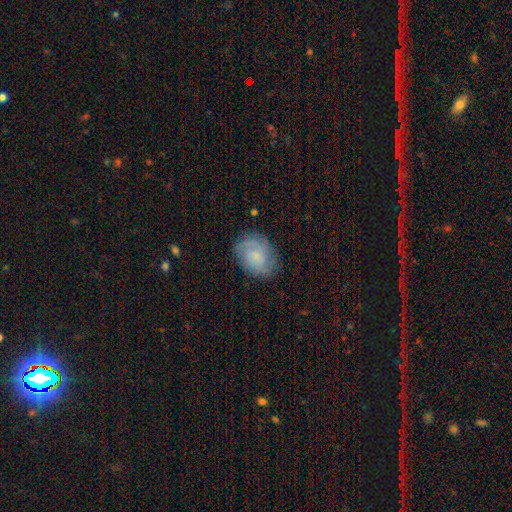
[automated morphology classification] Smooth or featured? smooth (51%)
How rounded? in between (65%)
Merging? none (76%)